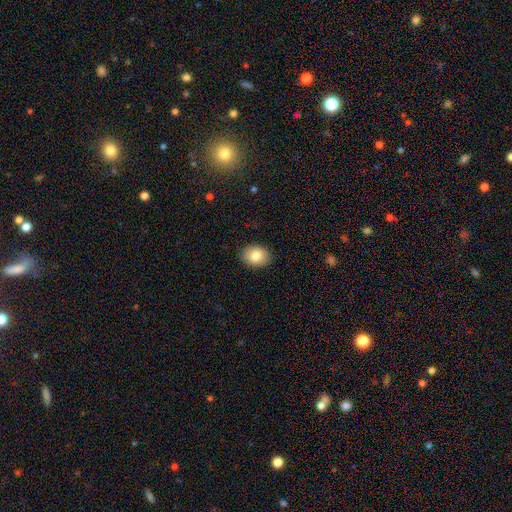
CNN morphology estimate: Smooth or featured? Predicted: smooth (p=0.84). How rounded? Predicted: in between (p=0.64). Merging? Predicted: none (p=0.90).